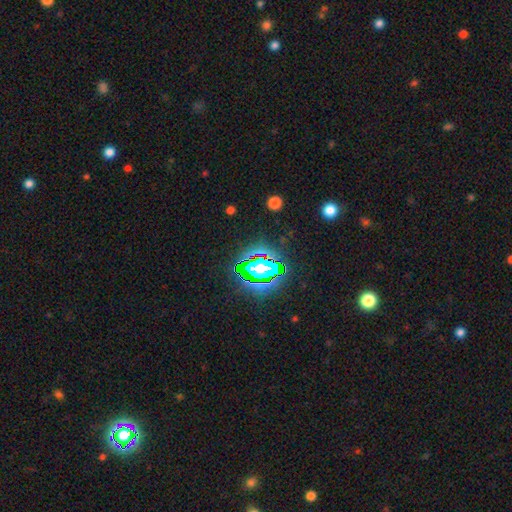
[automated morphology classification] Smooth or featured?
  - star or artifact: 78% *
  - smooth: 13%
  - featured or disk: 9%